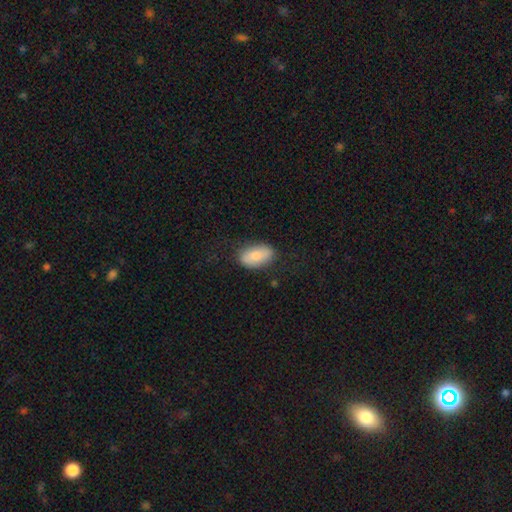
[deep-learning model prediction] Morphology: type=smooth (75%); roundness=in between (92%); merging=none (80%).